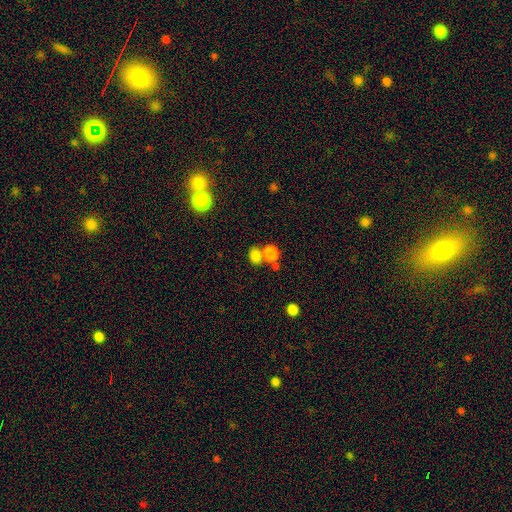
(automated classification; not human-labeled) smooth 79%, star or artifact 14%, featured or disk 7%. Down the decision tree: how rounded — round (52%); merging — none (49%).